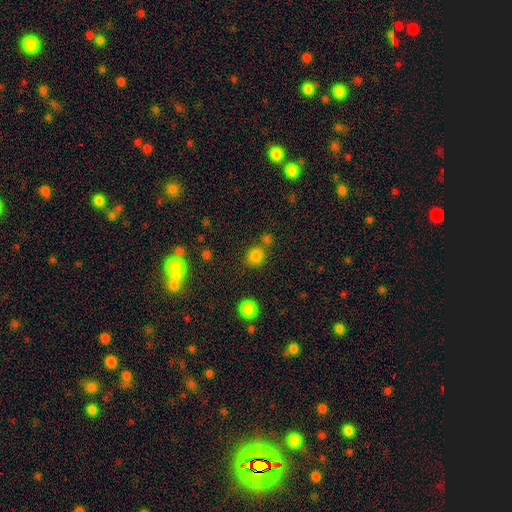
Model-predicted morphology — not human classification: Smooth or featured? smooth (80%)
How rounded? round (78%)
Merging? none (68%)